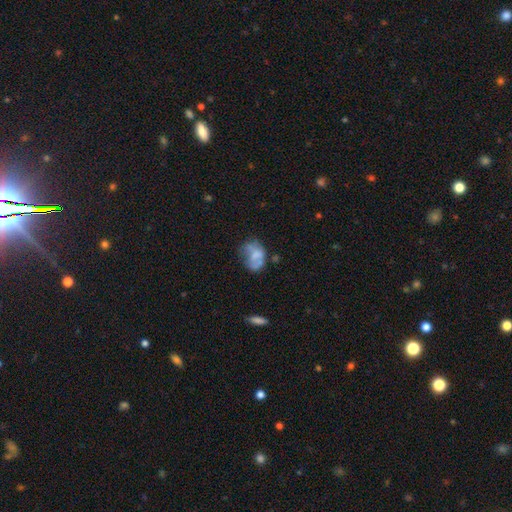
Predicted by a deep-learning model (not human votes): smooth-or-featured: smooth: 53% | featured or disk: 37% | star or artifact: 10%
  how-rounded: in between: 73% | round: 26% | cigar-shaped: 1%
  merging: none: 33% | minor disturbance: 27% | major disturbance: 26% | merger: 14%